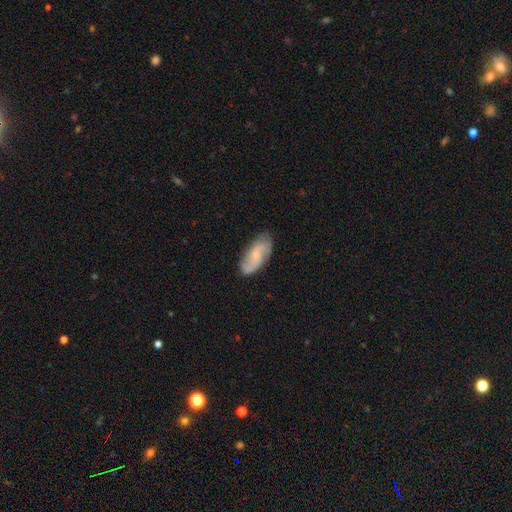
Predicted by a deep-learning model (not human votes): smooth-or-featured: featured or disk: 61% | smooth: 33% | star or artifact: 6%
  disk-edge-on: no: 94% | yes: 6%
    bar: no: 59% | weak: 35% | strong: 6%
    has-spiral-arms: yes: 91% | no: 9%
      spiral-winding: medium: 44% | loose: 30% | tight: 26%
      spiral-arm-count: 2: 71% | can't tell: 15% | 3: 7% | 1: 3% | 4: 2% | more than 4: 2%
    bulge-size: small: 57% | moderate: 27% | none: 12% | large: 2% | dominant: 1%
  merging: none: 77% | minor disturbance: 17% | major disturbance: 4% | merger: 1%